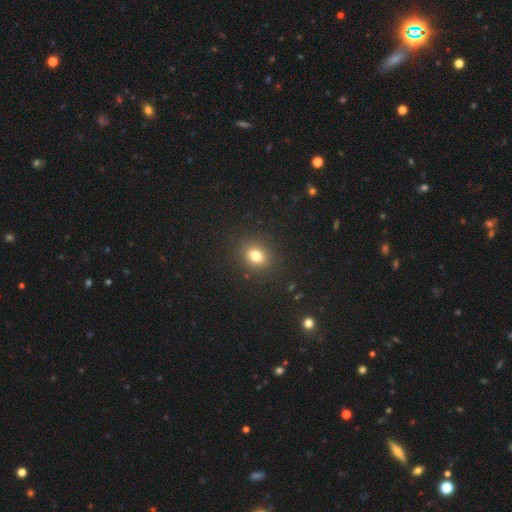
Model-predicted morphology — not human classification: A smooth galaxy with no disk features (78%) that is round (59%). Merging: none (88%).